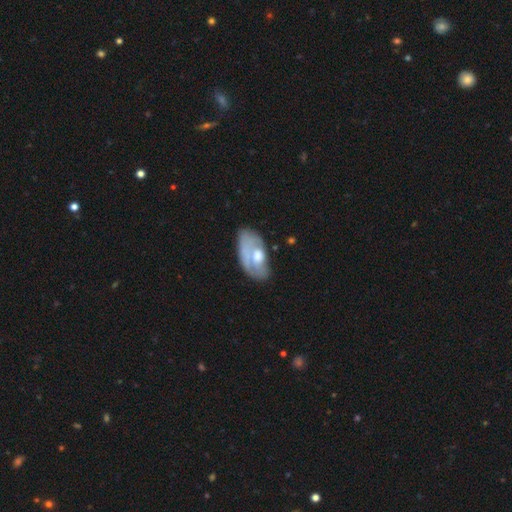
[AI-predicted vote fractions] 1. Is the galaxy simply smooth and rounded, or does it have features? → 47% featured or disk (tied), 47% smooth (tied), 6% star or artifact.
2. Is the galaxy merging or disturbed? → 42% none, 28% minor disturbance, 24% major disturbance, 6% merger.